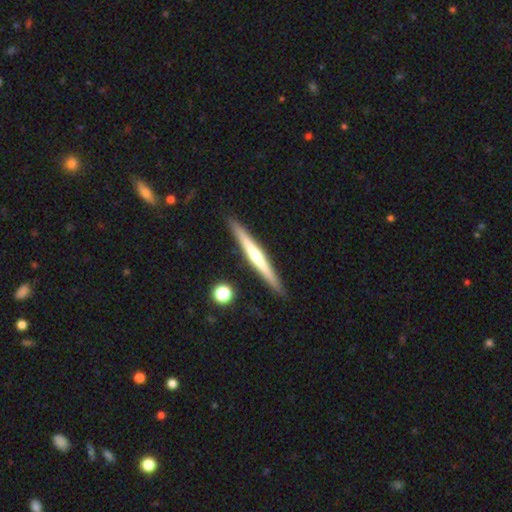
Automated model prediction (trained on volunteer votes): A featured or disk galaxy (61%) viewed edge-on (97%) with a rounded central bulge (59%).

Vote fractions:
- Smooth or featured? featured or disk: 61% / smooth: 33% / star or artifact: 6%
- Edge-on disk? yes: 97% / no: 3%
- Edge-on bulge? rounded: 59% / none: 34% / boxy: 7%
- Merging? none: 91% / minor disturbance: 7% / merger: 1% / major disturbance: 1%